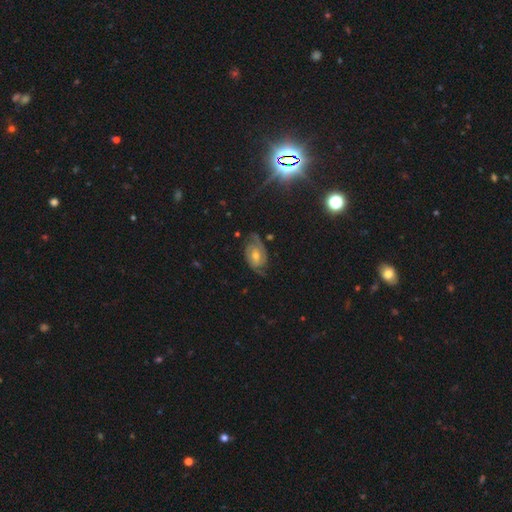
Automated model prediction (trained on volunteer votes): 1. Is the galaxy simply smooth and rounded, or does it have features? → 75% featured or disk, 13% star or artifact, 12% smooth.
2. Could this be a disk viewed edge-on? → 96% no, 4% yes.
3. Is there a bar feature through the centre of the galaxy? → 66% no, 28% weak, 7% strong.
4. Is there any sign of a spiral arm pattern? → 94% yes, 6% no.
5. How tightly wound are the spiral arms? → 52% tight, 36% medium, 11% loose.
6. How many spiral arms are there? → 65% 2, 16% can't tell, 9% 3, 4% 1, 3% 4, 3% more than 4.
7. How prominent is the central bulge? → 63% moderate, 31% small, 3% large, 2% none, 1% dominant.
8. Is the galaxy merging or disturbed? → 72% none, 19% minor disturbance, 7% major disturbance, 2% merger.